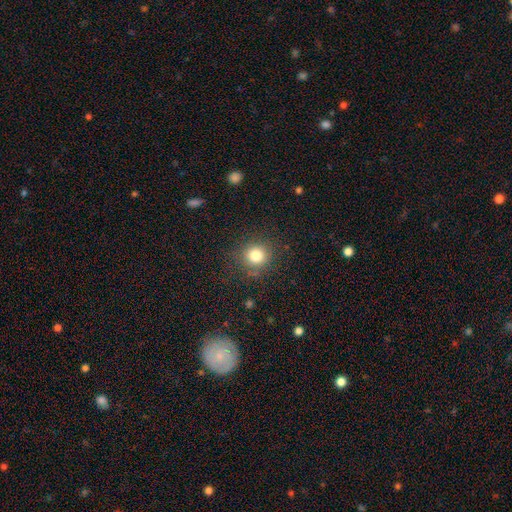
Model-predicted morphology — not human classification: Smooth or featured? Predicted: smooth (p=0.80). How rounded? Predicted: round (p=0.91). Merging? Predicted: none (p=0.85).